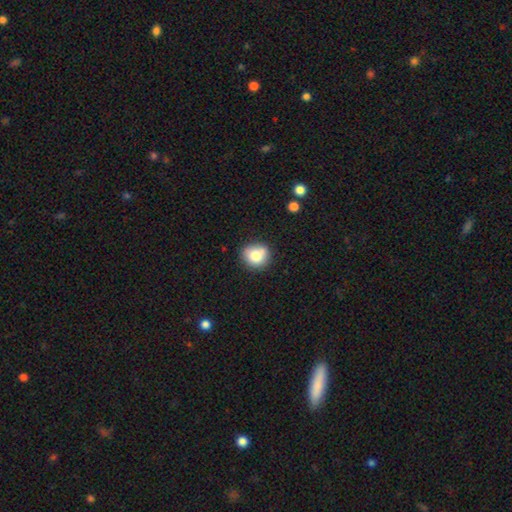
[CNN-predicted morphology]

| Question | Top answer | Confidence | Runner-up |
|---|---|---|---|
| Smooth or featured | smooth | 78% | featured or disk (12%) |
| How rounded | round | 82% | in between (17%) |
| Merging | none | 72% | minor disturbance (19%) |